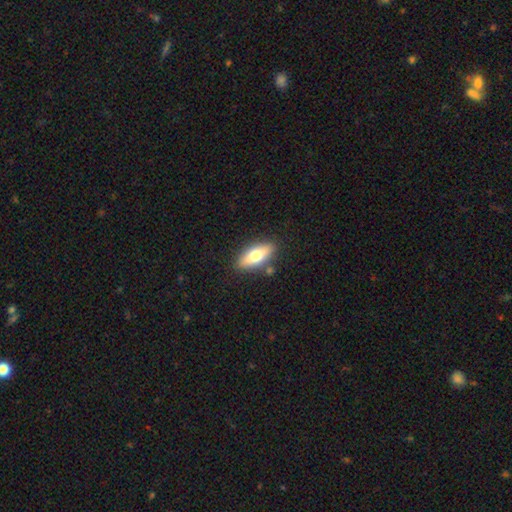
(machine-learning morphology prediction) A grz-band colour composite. It shows a smooth galaxy with no disk features (65%) that is in between round and cigar-shaped (73%). Merging: none (84%).